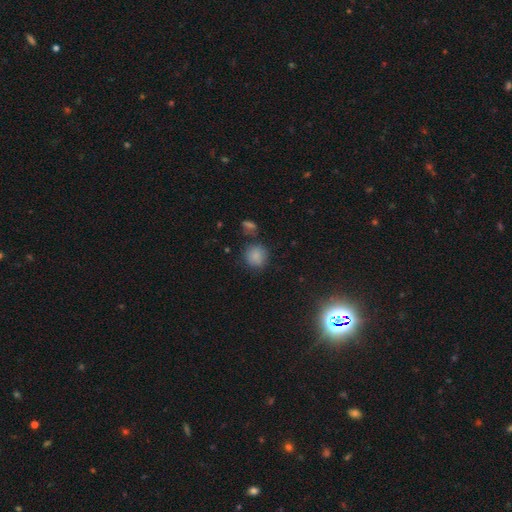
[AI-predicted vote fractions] This appears to be a smooth galaxy with no disk features (83%) that is round (89%). Merging: none (76%).